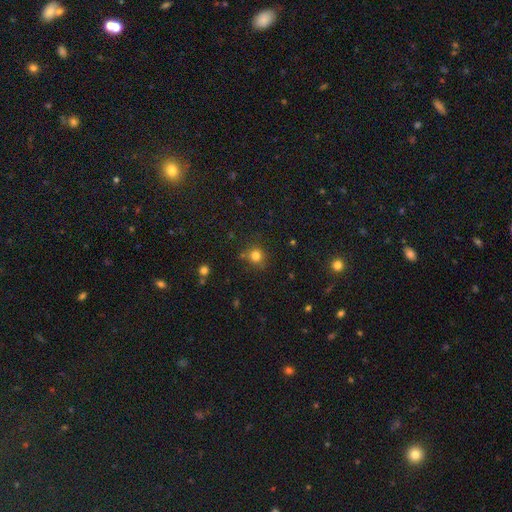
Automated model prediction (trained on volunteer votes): This is likely a smooth galaxy (79%). How rounded: clearly round (89%). Merging: likely none (79%).